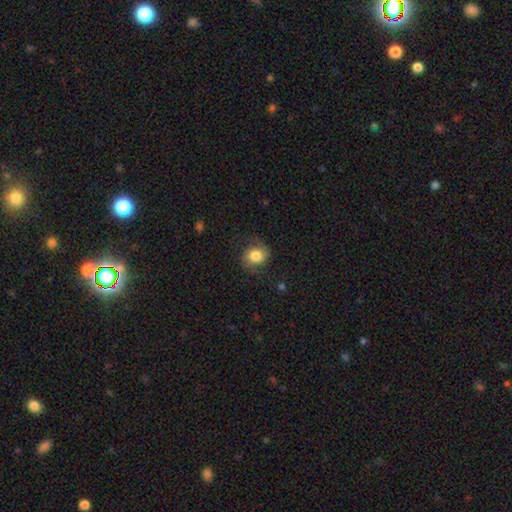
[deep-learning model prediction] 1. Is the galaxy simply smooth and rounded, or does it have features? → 65% smooth, 26% featured or disk, 9% star or artifact.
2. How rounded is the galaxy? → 73% round, 26% in between, 1% cigar-shaped.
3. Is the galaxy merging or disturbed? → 72% none, 18% minor disturbance, 8% major disturbance, 1% merger.